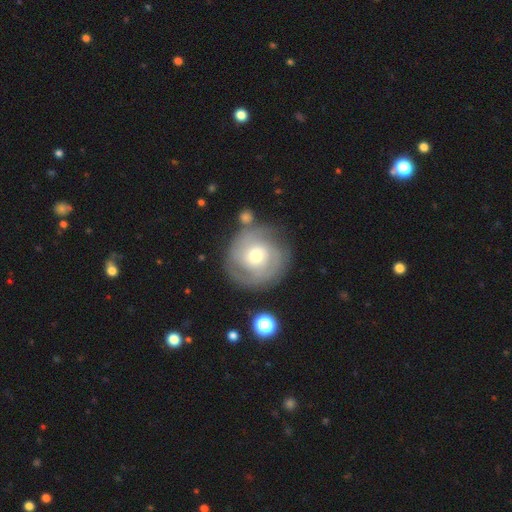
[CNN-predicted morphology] This is likely a featured or disk galaxy (69%). It is clearly not viewed edge-on (97%). Bar: likely no (75%). Spiral arm pattern: clearly yes (87%). Spiral arm count: marginally 2 (34%). Spiral winding: likely tight (63%). Central bulge: possibly moderate (59%). Merging: likely none (71%).